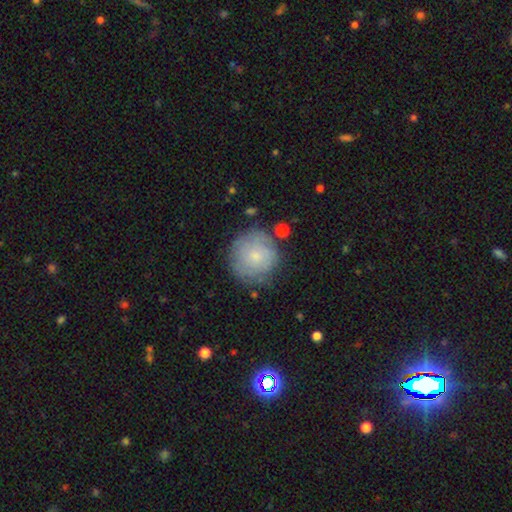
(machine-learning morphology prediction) Smooth or featured? Predicted: smooth (p=0.53). How rounded? Predicted: round (p=0.93). Merging? Predicted: none (p=0.76).